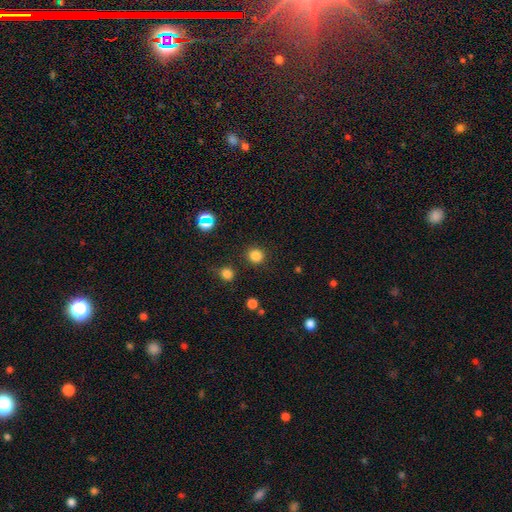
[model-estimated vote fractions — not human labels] smooth_or_featured: smooth (p=0.80) [alt: star or artifact p=0.16]
how_rounded: round (p=0.90) [alt: in between p=0.09]
merging: none (p=0.87) [alt: minor disturbance p=0.07]